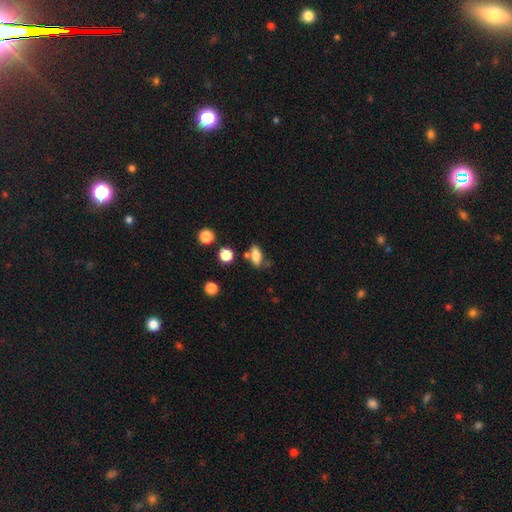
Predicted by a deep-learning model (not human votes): Smooth or featured? smooth (77%)
How rounded? in between (77%)
Merging? none (67%)